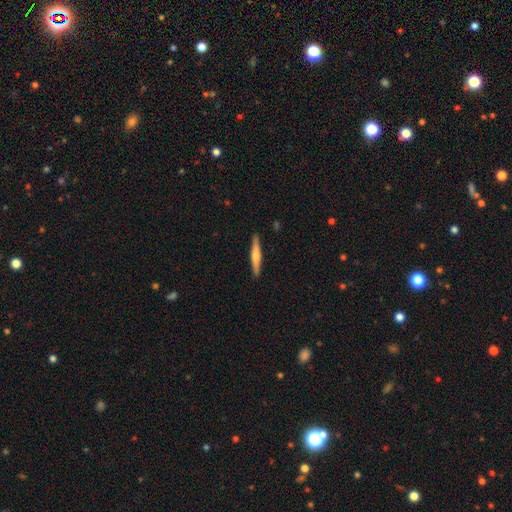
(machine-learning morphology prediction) A smooth galaxy with no disk features (49%).

Vote fractions:
- Smooth or featured? smooth: 49% / featured or disk: 46% / star or artifact: 5%
- Merging? none: 90% / minor disturbance: 7% / major disturbance: 1% / merger: 1%